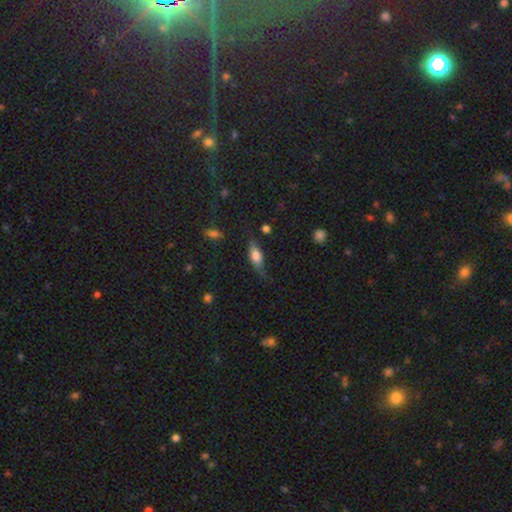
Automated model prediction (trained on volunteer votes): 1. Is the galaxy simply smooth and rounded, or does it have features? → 62% smooth, 29% featured or disk, 8% star or artifact.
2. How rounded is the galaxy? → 72% in between, 23% cigar-shaped, 5% round.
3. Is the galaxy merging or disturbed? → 66% none, 24% minor disturbance, 8% major disturbance, 2% merger.